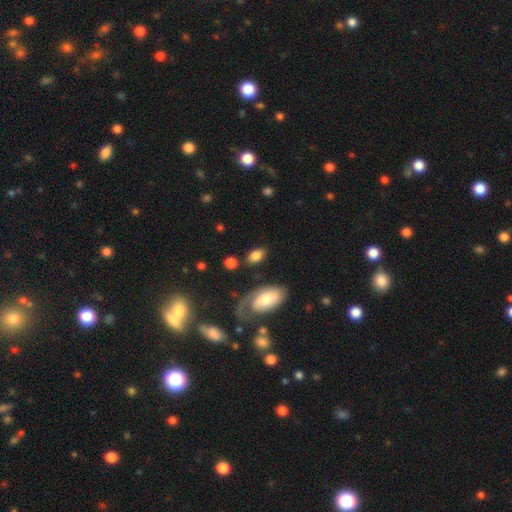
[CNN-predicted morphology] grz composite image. It shows a smooth galaxy with no disk features (78%) that is in between round and cigar-shaped (85%). Merging: none (73%).